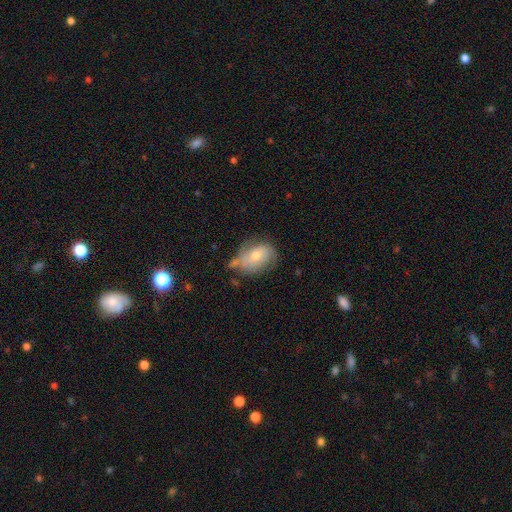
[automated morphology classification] Smooth or featured? Predicted: smooth (p=0.52). How rounded? Predicted: in between (p=0.76). Merging? Predicted: none (p=0.49).